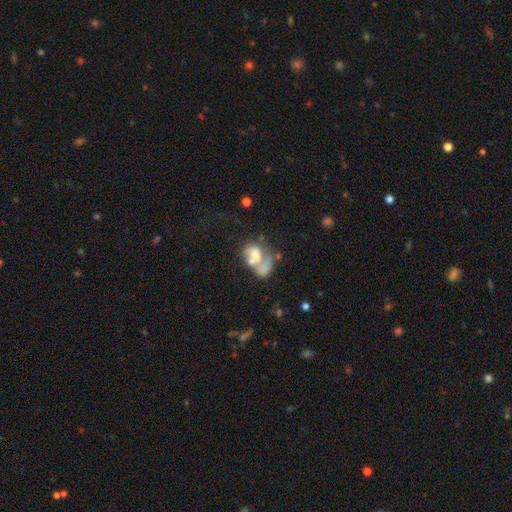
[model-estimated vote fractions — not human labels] smooth-or-featured: smooth: 45% | featured or disk: 44% | star or artifact: 11%
  merging: merger: 57% | major disturbance: 18% | none: 16% | minor disturbance: 10%